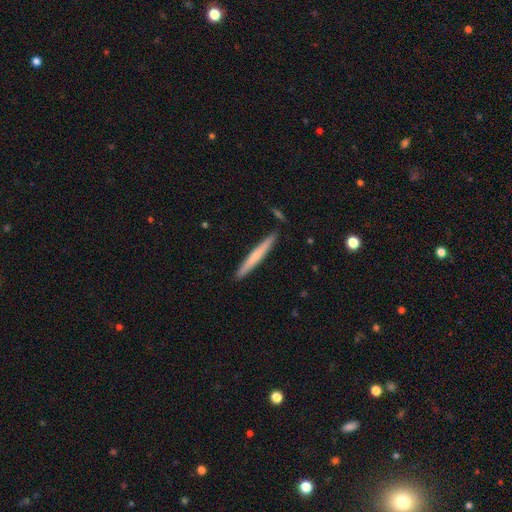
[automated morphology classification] The model was most divided on "smooth or featured": smooth: 57%, featured or disk: 37%, star or artifact: 5%. More confident: how rounded — cigar-shaped (97%); merging — none (89%).